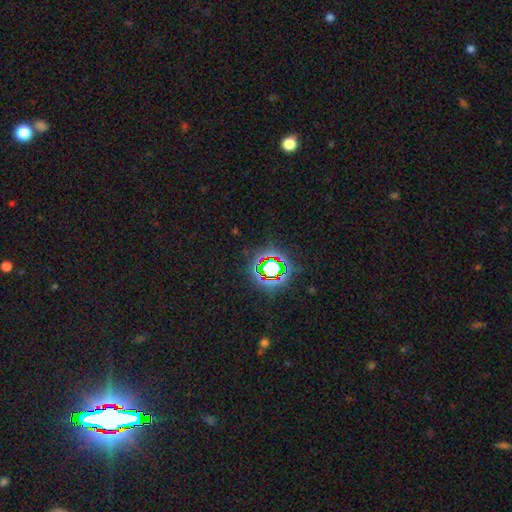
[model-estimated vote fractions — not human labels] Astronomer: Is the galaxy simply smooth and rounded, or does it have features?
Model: star or artifact — 79%.